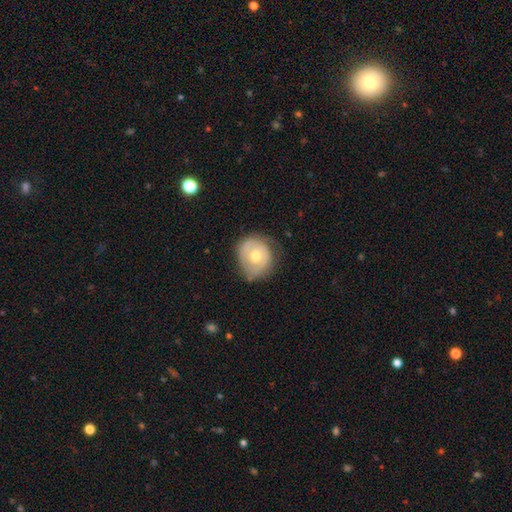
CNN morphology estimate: smooth-or-featured: featured or disk: 50% | smooth: 44% | star or artifact: 6%
  merging: none: 59% | minor disturbance: 30% | major disturbance: 9% | merger: 2%